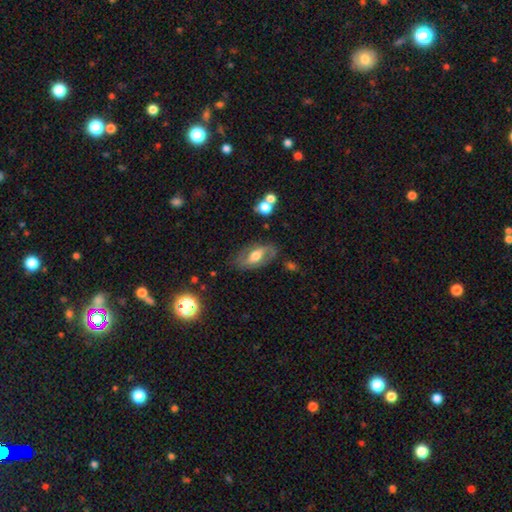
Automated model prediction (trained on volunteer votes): smooth-or-featured: featured or disk: 65% | smooth: 29% | star or artifact: 7%
  disk-edge-on: no: 90% | yes: 10%
    bar: weak: 39% | no: 34% | strong: 27%
    has-spiral-arms: yes: 75% | no: 25%
    bulge-size: moderate: 64% | large: 21% | small: 12% | dominant: 2% | none: 2%
  merging: none: 73% | minor disturbance: 18% | major disturbance: 8% | merger: 2%